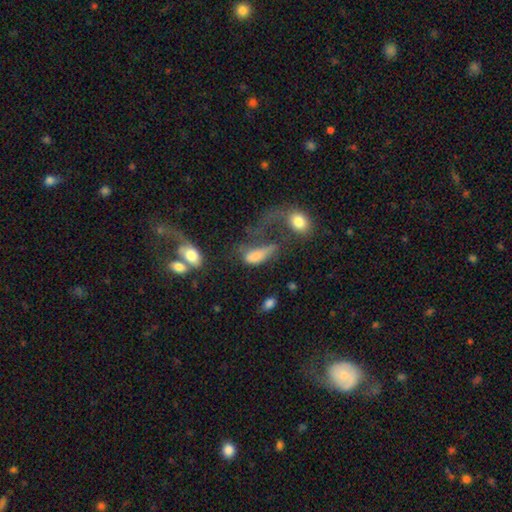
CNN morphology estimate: type=smooth (62%); roundness=in between (74%); merging=major disturbance (41%).